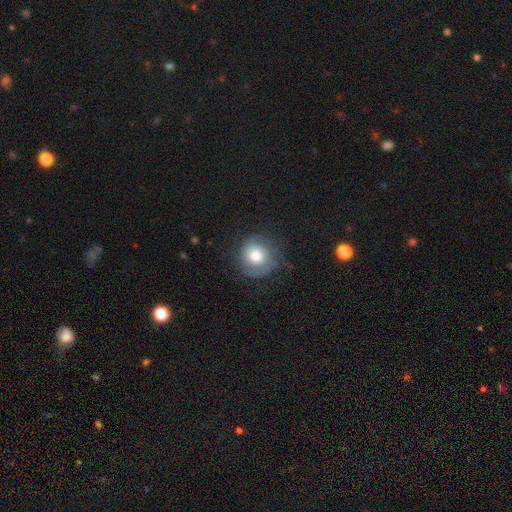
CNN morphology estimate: Q: Smooth or featured?
A: smooth (65%); runner-up: featured or disk (26%)
Q: How rounded?
A: round (90%); runner-up: in between (9%)
Q: Merging?
A: none (68%); runner-up: minor disturbance (21%)